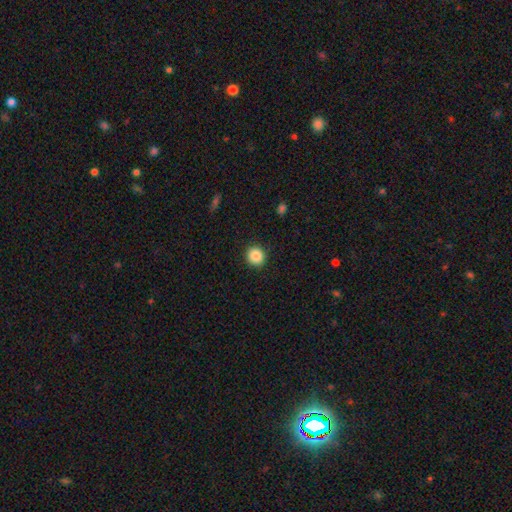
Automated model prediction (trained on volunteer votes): Smooth or featured?
  - smooth: 88% *
  - star or artifact: 9%
  - featured or disk: 3%
How rounded?
  - round: 86% *
  - in between: 13%
  - cigar-shaped: 1%
Merging?
  - none: 91% *
  - minor disturbance: 6%
  - major disturbance: 2%
  - merger: 1%